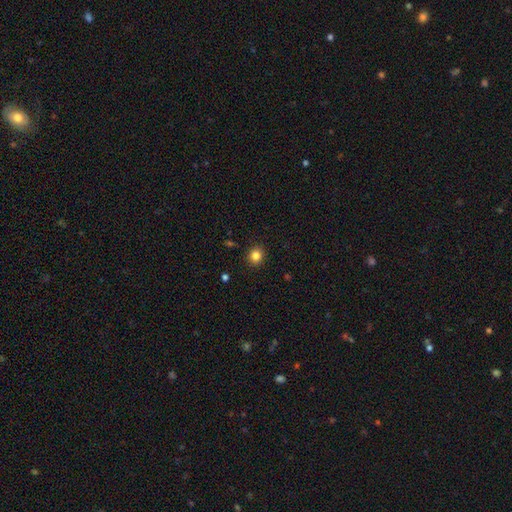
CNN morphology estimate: smooth_or_featured: smooth (p=0.84) [alt: star or artifact p=0.12]
how_rounded: round (p=0.82) [alt: in between p=0.17]
merging: none (p=0.90) [alt: minor disturbance p=0.06]